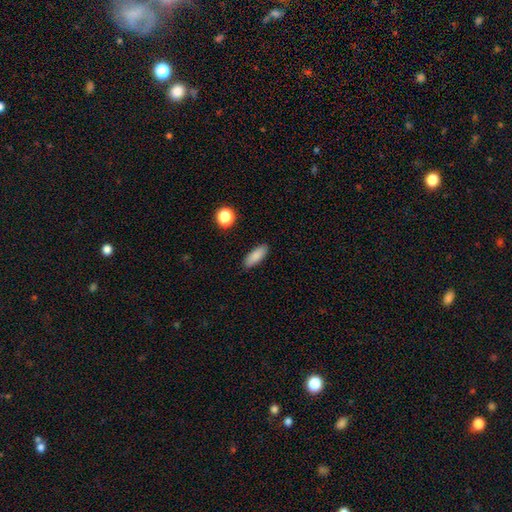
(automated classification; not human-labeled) Smooth or featured: smooth — 87% (star or artifact — 8%)
How rounded: in between — 70% (cigar-shaped — 28%)
Merging: none — 89% (minor disturbance — 8%)